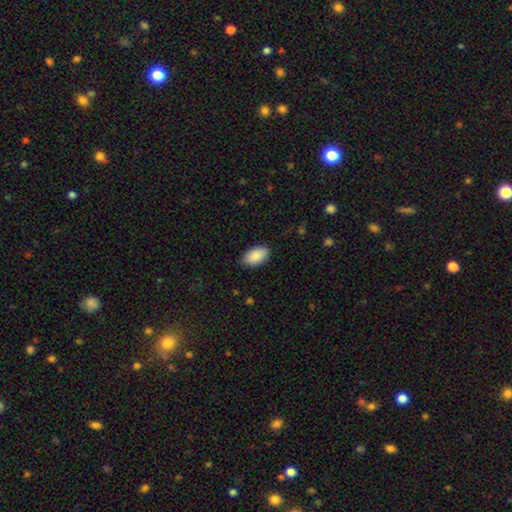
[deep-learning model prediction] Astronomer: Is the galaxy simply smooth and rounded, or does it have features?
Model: smooth — 90%.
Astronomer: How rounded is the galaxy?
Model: in between — 95%.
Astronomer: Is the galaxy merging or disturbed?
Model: none — 86%.